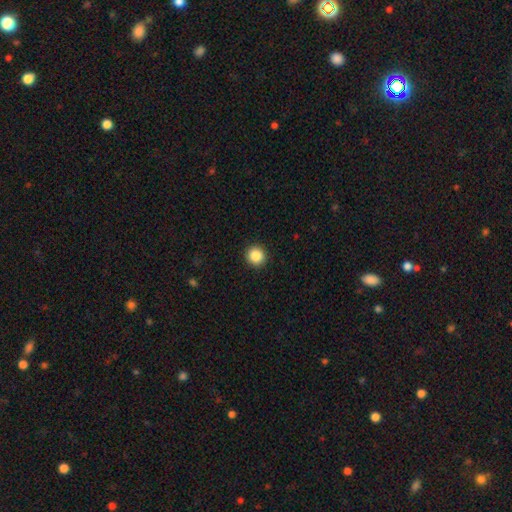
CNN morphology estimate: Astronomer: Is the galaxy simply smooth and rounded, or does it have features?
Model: smooth — 87%.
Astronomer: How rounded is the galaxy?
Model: round — 93%.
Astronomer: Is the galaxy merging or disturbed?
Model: none — 93%.